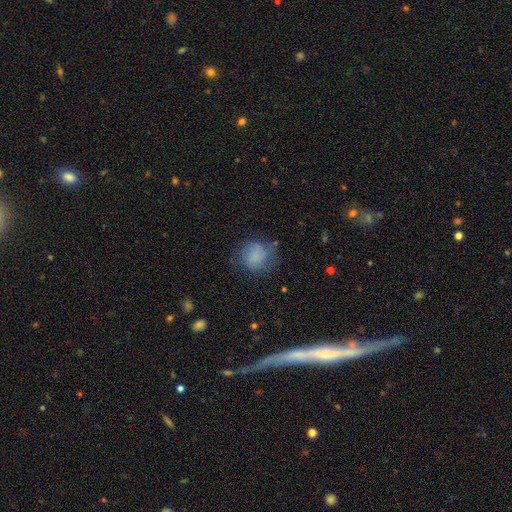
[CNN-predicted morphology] Q: Smooth or featured?
A: smooth (73%); runner-up: featured or disk (18%)
Q: How rounded?
A: round (79%); runner-up: in between (20%)
Q: Merging?
A: none (57%); runner-up: minor disturbance (26%)